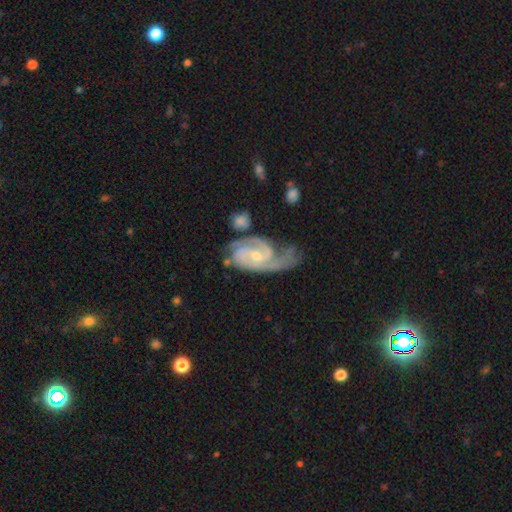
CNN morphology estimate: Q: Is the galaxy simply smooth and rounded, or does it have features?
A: featured or disk — 90%.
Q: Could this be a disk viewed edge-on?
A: no — 97%.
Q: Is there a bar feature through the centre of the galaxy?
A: no — 47%.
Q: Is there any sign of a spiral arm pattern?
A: yes — 98%.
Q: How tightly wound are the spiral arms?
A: tight — 48%.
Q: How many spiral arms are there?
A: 2 — 64%.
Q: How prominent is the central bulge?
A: small — 54%.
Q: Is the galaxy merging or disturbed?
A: none — 45%.